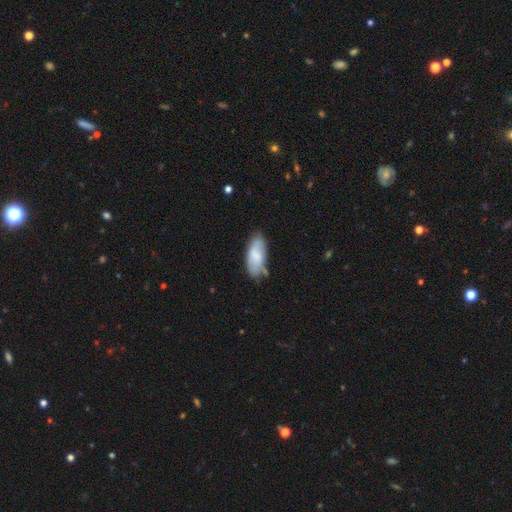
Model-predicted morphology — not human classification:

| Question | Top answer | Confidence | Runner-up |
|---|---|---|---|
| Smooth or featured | smooth | 72% | featured or disk (22%) |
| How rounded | in between | 87% | cigar-shaped (12%) |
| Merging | none | 62% | minor disturbance (27%) |